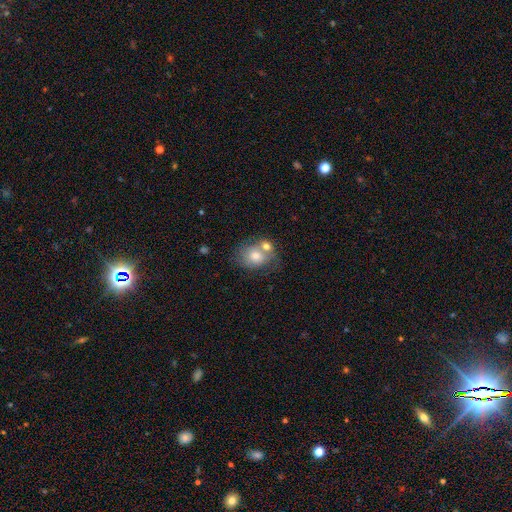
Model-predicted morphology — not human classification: smooth 68%, featured or disk 22%, star or artifact 10%. Down the decision tree: how rounded — round (50%); merging — merger (39%, tied with none).